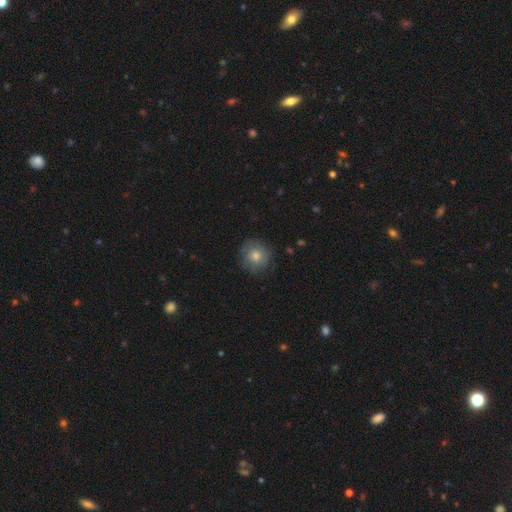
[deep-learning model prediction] smooth 68%, featured or disk 21%, star or artifact 11%. Down the decision tree: how rounded — round (93%); merging — none (83%).